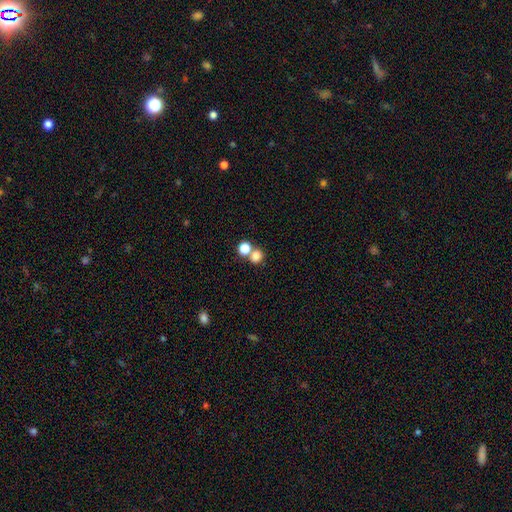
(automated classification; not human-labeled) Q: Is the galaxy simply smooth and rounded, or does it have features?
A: smooth — 78%.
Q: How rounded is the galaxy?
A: round — 76%.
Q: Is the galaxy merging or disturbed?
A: none — 49%.